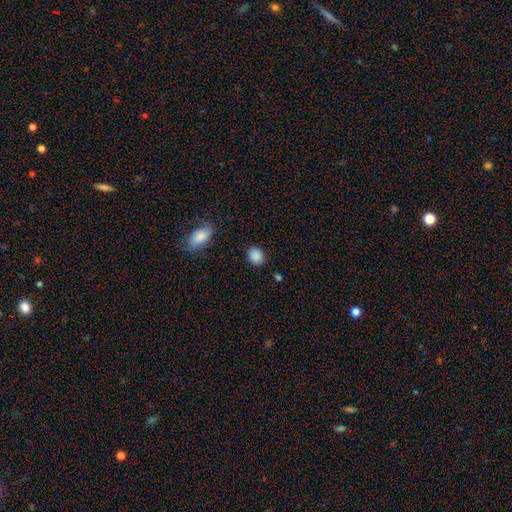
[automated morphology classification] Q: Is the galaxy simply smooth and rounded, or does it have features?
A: smooth — 88%.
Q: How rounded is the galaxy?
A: round — 58%.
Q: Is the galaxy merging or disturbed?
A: none — 84%.